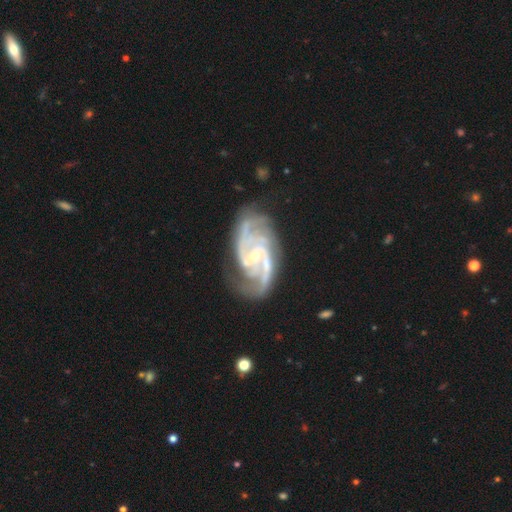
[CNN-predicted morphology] Smooth or featured? Predicted: featured or disk (p=0.92). Edge-on disk? Predicted: no (p=0.97). Bar? Predicted: no (p=0.47). Spiral arms? Predicted: yes (p=0.98). Spiral winding? Predicted: medium (p=0.48). Spiral arm count? Predicted: 2 (p=0.44). Bulge size? Predicted: small (p=0.63). Merging? Predicted: none (p=0.68).